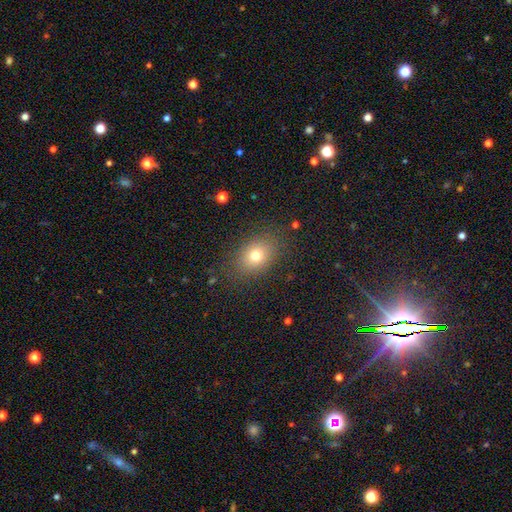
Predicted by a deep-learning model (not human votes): smooth_or_featured: smooth (p=0.75) [alt: star or artifact p=0.13]
how_rounded: in between (p=0.66) [alt: round p=0.33]
merging: none (p=0.83) [alt: minor disturbance p=0.11]